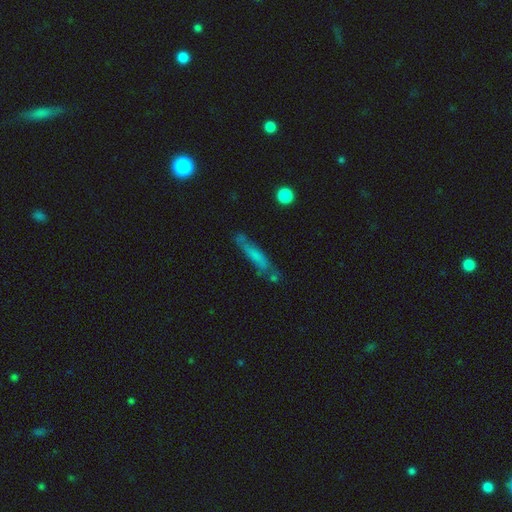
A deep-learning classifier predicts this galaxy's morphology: A smooth galaxy with no disk features (55%) that is cigar-shaped (86%). Merging: none (63%).